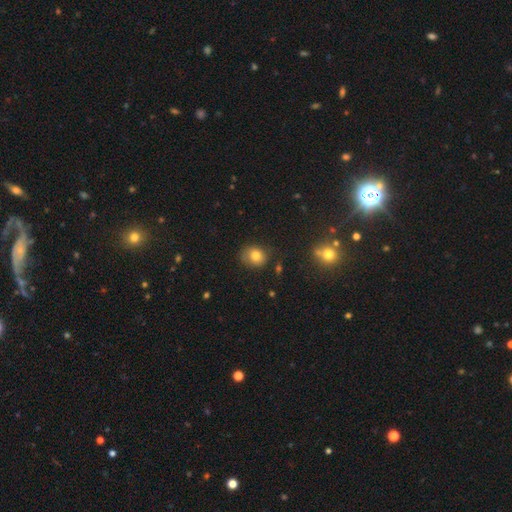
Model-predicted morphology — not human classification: Overall: smooth (77%). How rounded: round (69%; in between 30%). Merging: none (74%).